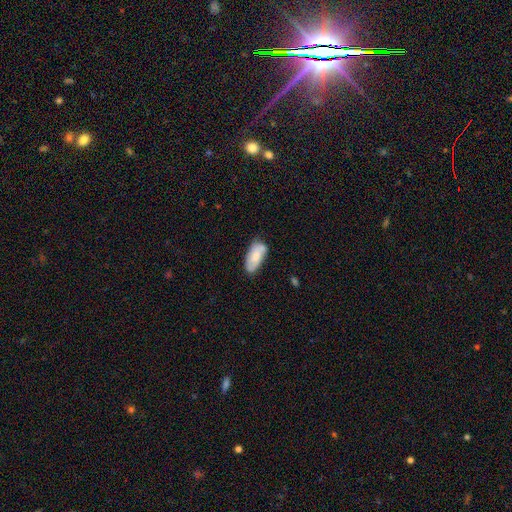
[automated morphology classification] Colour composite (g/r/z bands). It shows a smooth galaxy with no disk features (70%) that is in between round and cigar-shaped (91%). Merging: none (61%).